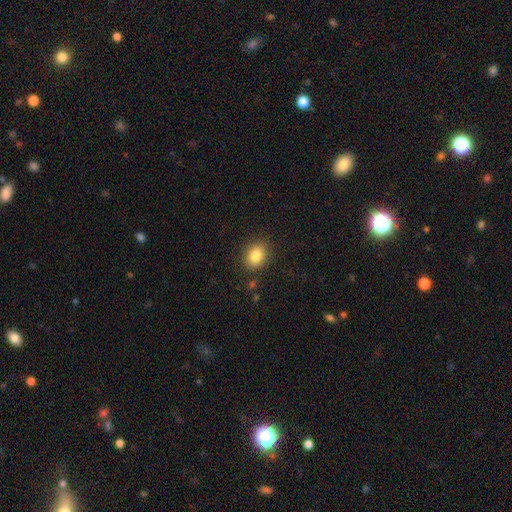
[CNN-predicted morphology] A smooth galaxy with no disk features (84%) that is in between round and cigar-shaped (52%). Merging: none (86%).